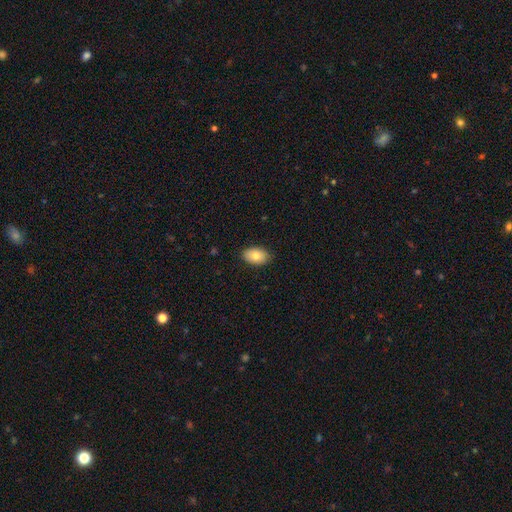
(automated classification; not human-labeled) This is clearly a smooth galaxy (82%). How rounded: clearly in between (92%). Merging: clearly none (88%).